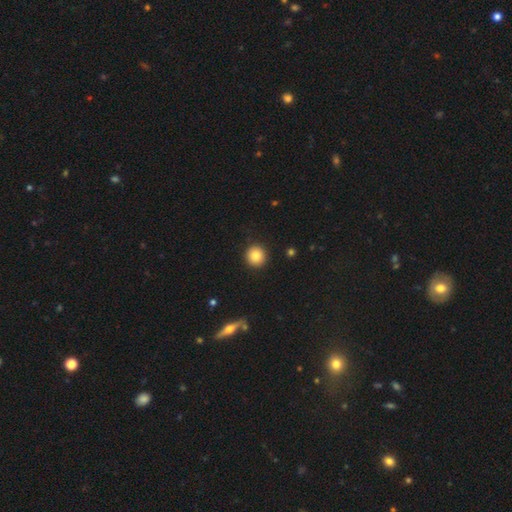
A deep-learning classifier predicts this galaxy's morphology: smooth_or_featured: smooth (p=0.86) [alt: star or artifact p=0.09]
how_rounded: round (p=0.94) [alt: in between p=0.05]
merging: none (p=0.92) [alt: minor disturbance p=0.05]